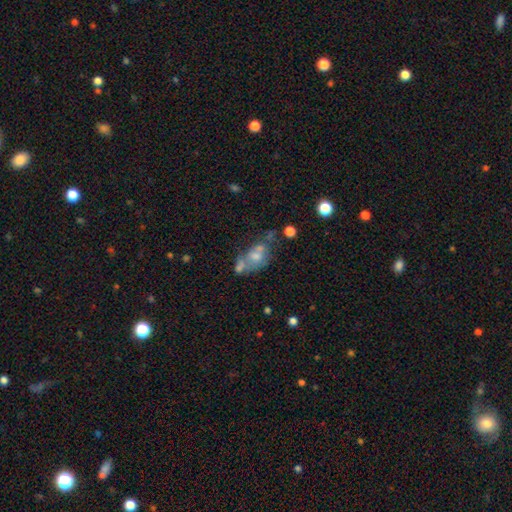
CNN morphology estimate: Smooth or featured?
  - smooth: 45% *
  - featured or disk: 42%
  - star or artifact: 12%
Merging?
  - merger: 42% *
  - none: 23%
  - major disturbance: 19%
  - minor disturbance: 16%